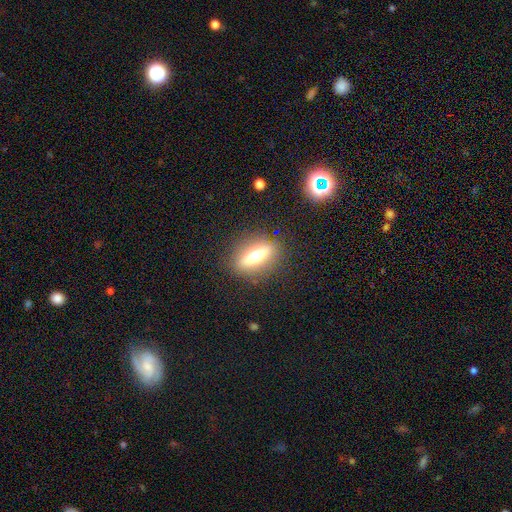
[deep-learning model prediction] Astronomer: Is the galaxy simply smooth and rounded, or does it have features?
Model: featured or disk — 50% (runner-up: smooth, 41%).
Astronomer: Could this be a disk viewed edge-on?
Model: yes — 75%.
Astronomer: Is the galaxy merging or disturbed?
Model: none — 86%.